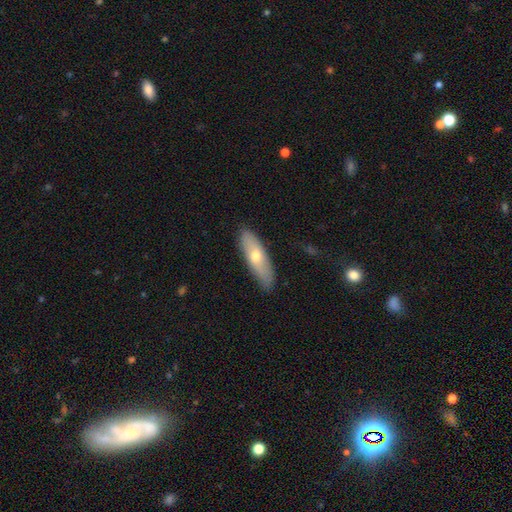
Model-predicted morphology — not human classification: A smooth galaxy with no disk features (57%) that is cigar-shaped (52%). Merging: none (84%).